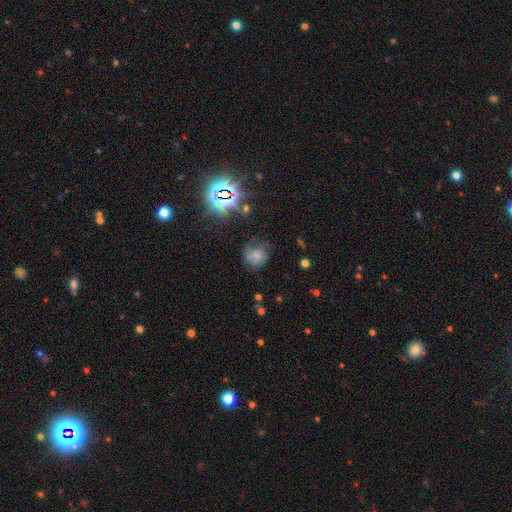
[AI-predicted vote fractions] This is marginally a smooth galaxy (42%). Merging: possibly none (53%).